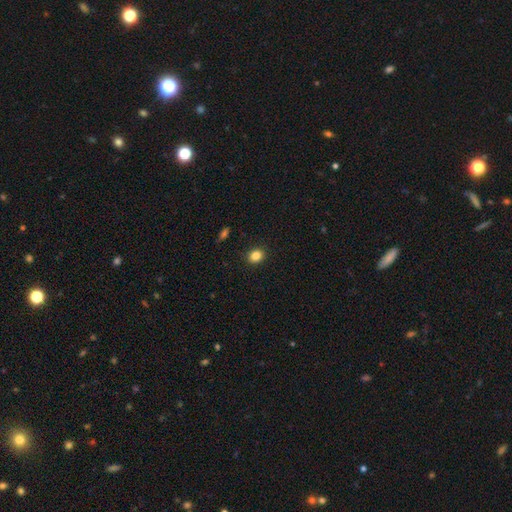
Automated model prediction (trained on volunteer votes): Q: Smooth or featured?
A: smooth (85%); runner-up: star or artifact (11%)
Q: How rounded?
A: round (60%); runner-up: in between (39%)
Q: Merging?
A: none (90%); runner-up: minor disturbance (7%)